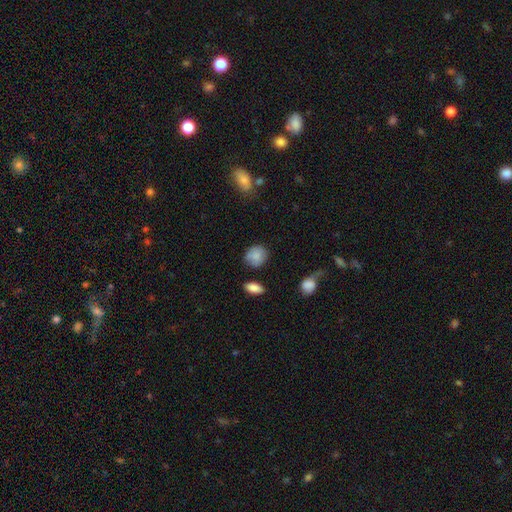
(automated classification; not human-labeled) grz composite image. It shows a smooth galaxy with no disk features (83%) that is round (67%). Merging: none (69%).